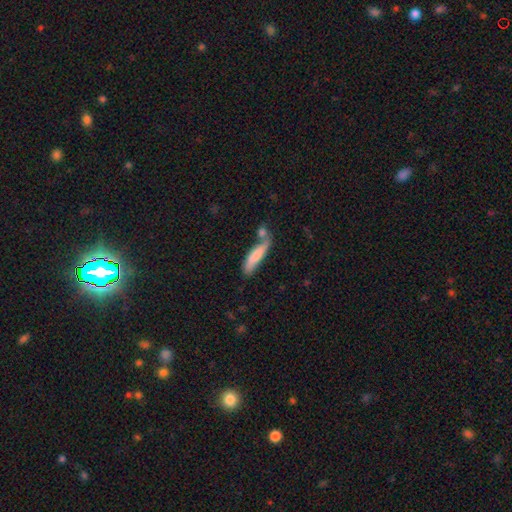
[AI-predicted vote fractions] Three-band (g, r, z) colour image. It shows a smooth galaxy with no disk features (77%) that is cigar-shaped (75%). Merging: none (51%).